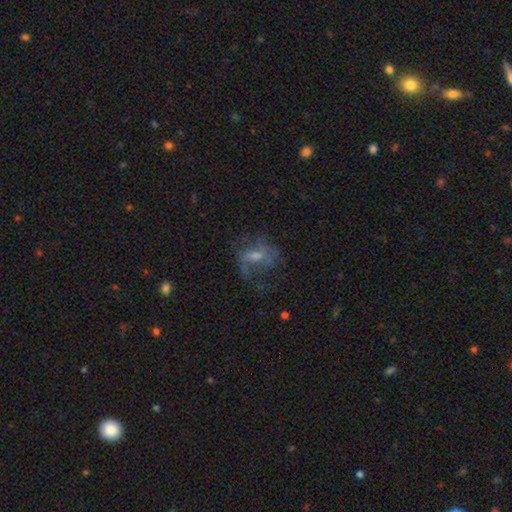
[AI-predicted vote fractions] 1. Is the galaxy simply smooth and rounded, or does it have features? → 61% featured or disk, 24% smooth, 14% star or artifact.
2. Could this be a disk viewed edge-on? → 96% no, 4% yes.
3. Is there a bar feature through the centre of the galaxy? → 43% weak (tied), 43% no (tied), 14% strong.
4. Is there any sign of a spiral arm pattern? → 70% yes, 30% no.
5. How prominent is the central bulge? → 48% small, 34% moderate, 13% none, 3% large, 1% dominant.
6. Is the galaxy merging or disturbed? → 42% none, 36% major disturbance, 19% minor disturbance, 2% merger.